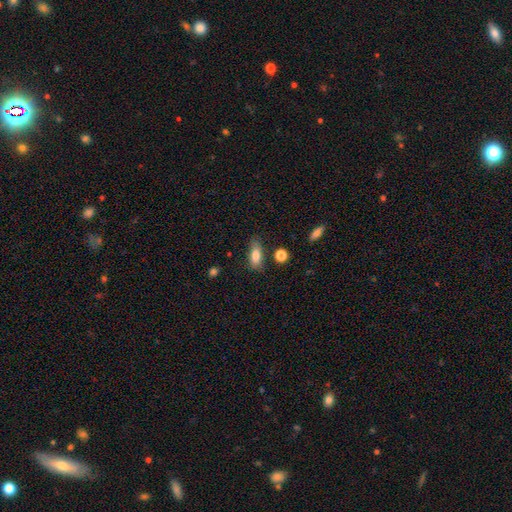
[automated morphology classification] This appears to be a smooth galaxy with no disk features (80%) that is in between round and cigar-shaped (76%). Merging: none (72%).